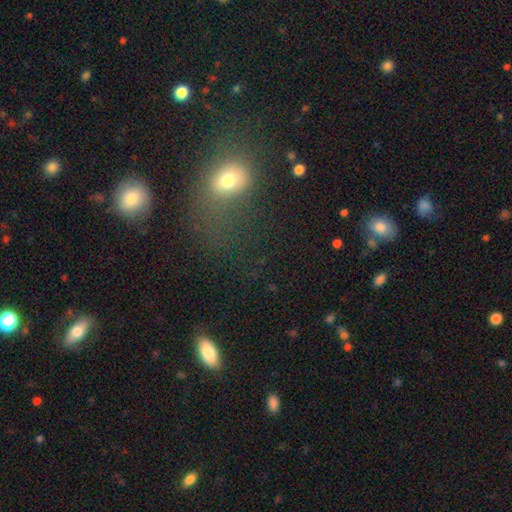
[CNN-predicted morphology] type=smooth (54%); roundness=in between (54%); merging=none (42%).